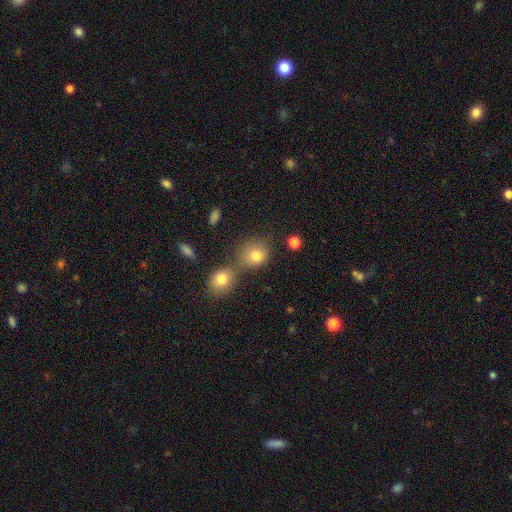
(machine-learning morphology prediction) Smooth or featured? Predicted: smooth (p=0.79). How rounded? Predicted: round (p=0.78). Merging? Predicted: none (p=0.50).